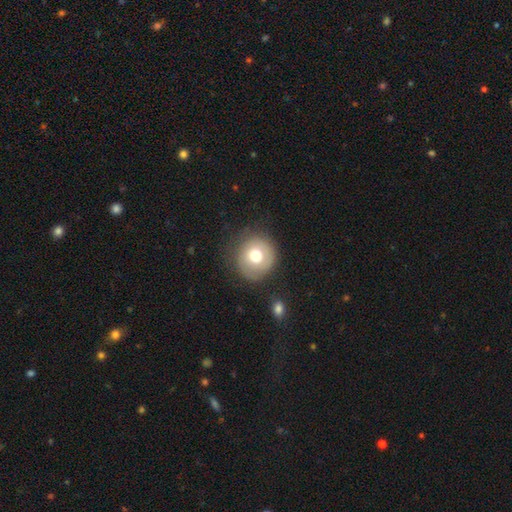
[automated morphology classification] This appears to be a smooth galaxy with no disk features (70%) that is round (90%). Merging: none (75%).